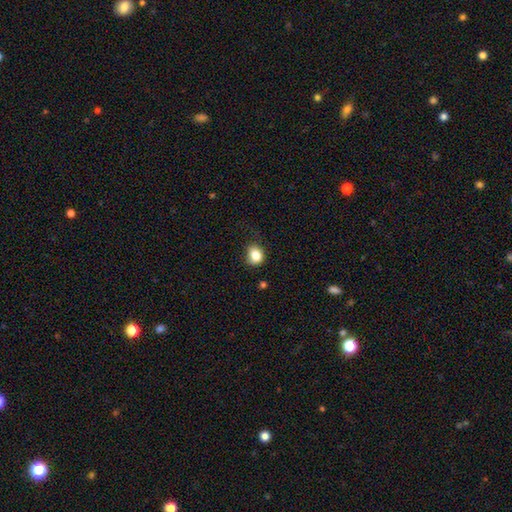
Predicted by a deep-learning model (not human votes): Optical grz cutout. It shows a smooth galaxy with no disk features (84%) that is round (58%). Merging: none (67%).